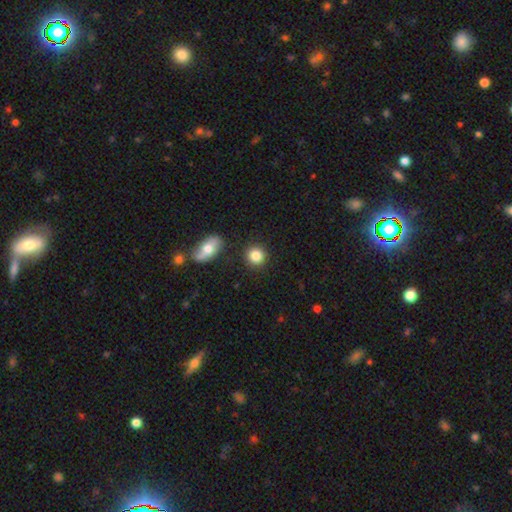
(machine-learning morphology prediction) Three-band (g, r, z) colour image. It shows a smooth galaxy with no disk features (85%) that is round (87%). Merging: none (86%).